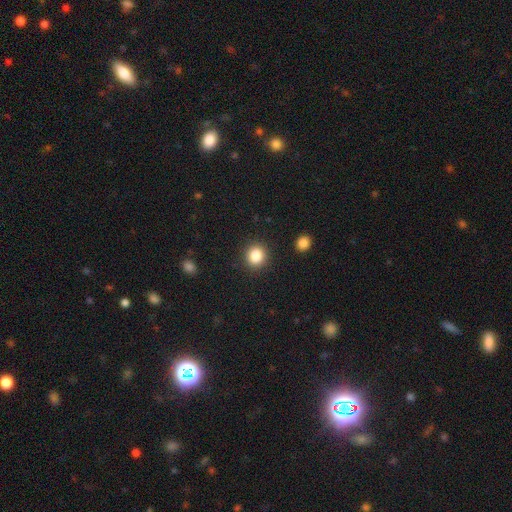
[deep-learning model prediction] Smooth or featured? smooth (85%)
How rounded? round (86%)
Merging? none (90%)